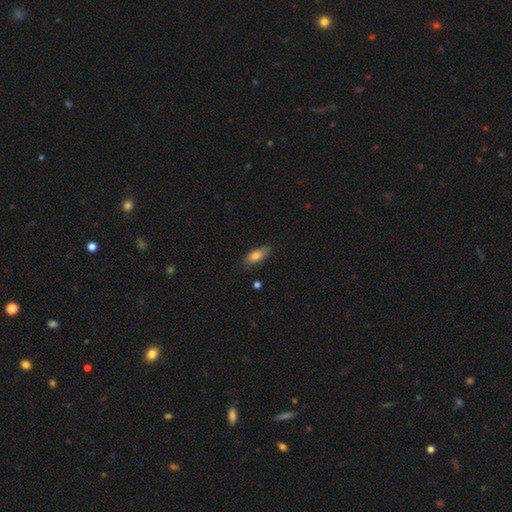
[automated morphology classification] smooth-or-featured: smooth: 79% | featured or disk: 13% | star or artifact: 7%
  how-rounded: in between: 80% | cigar-shaped: 17% | round: 3%
  merging: none: 76% | minor disturbance: 19% | major disturbance: 3% | merger: 2%